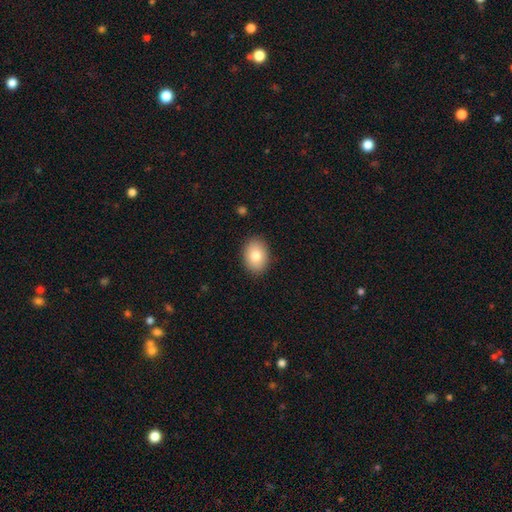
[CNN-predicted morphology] smooth 81%, featured or disk 11%, star or artifact 8%. Down the decision tree: how rounded — in between (72%); merging — none (88%).